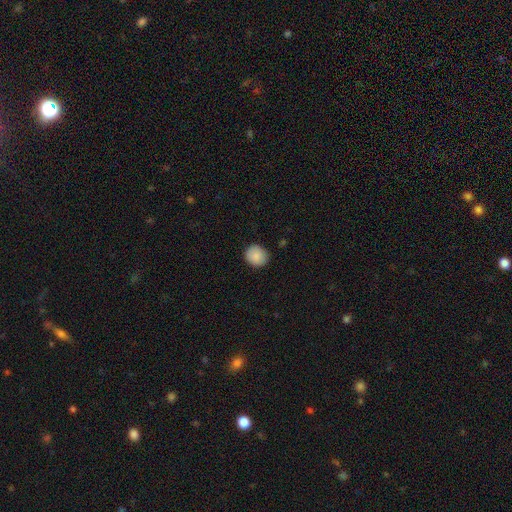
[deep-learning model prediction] The model was most divided on "how rounded": round: 84%, in between: 15%, cigar-shaped: 1%. More confident: smooth or featured — smooth (89%); merging — none (87%).